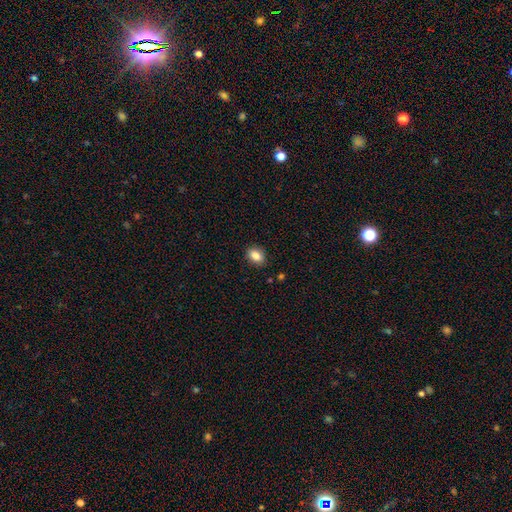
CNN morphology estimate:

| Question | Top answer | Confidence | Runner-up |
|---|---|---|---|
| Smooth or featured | smooth | 85% | star or artifact (9%) |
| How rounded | in between | 74% | round (24%) |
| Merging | none | 88% | minor disturbance (9%) |